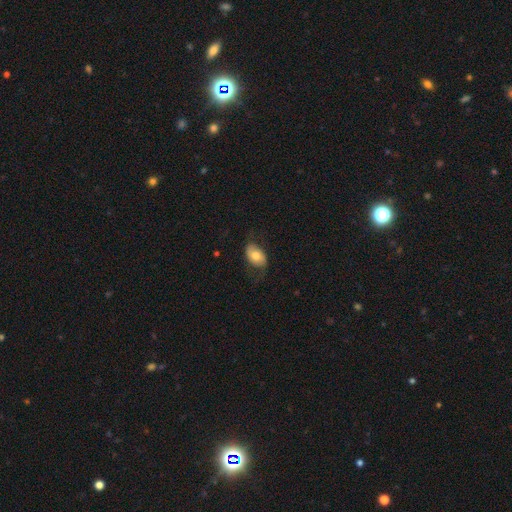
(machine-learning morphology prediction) This appears to be a smooth galaxy with no disk features (60%) that is in between round and cigar-shaped (89%). Merging: none (66%).